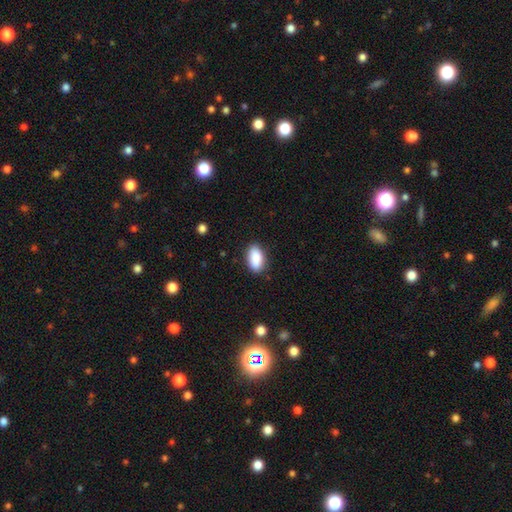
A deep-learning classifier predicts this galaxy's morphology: This is clearly a smooth galaxy (89%). How rounded: clearly in between (92%). Merging: clearly none (86%).